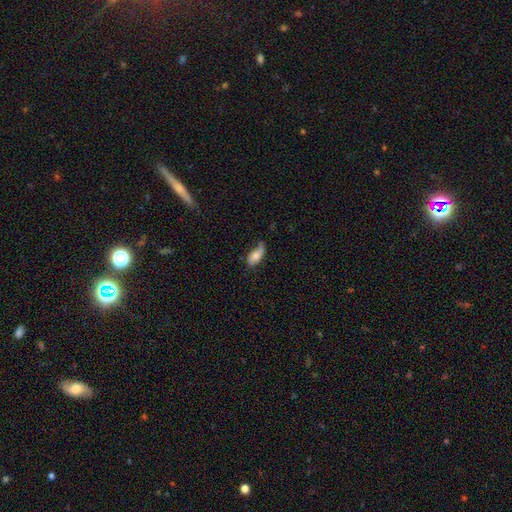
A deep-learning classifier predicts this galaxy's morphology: Smooth or featured?
  - smooth: 71% *
  - featured or disk: 22%
  - star or artifact: 7%
How rounded?
  - in between: 85% *
  - cigar-shaped: 12%
  - round: 3%
Merging?
  - none: 47% *
  - minor disturbance: 37%
  - major disturbance: 13%
  - merger: 3%